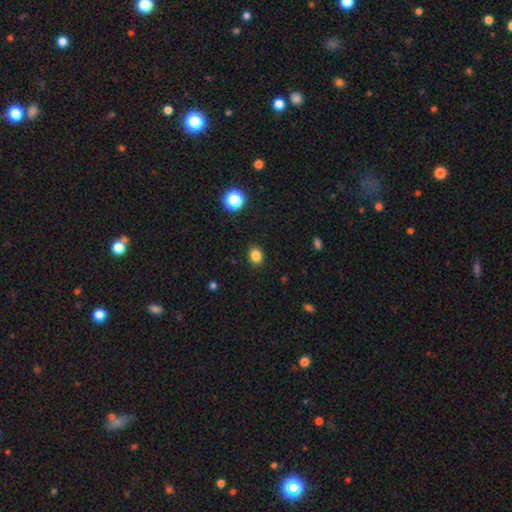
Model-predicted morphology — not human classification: Smooth or featured: smooth — 84% (star or artifact — 12%)
How rounded: in between — 51% (round — 49%)
Merging: none — 89% (minor disturbance — 7%)